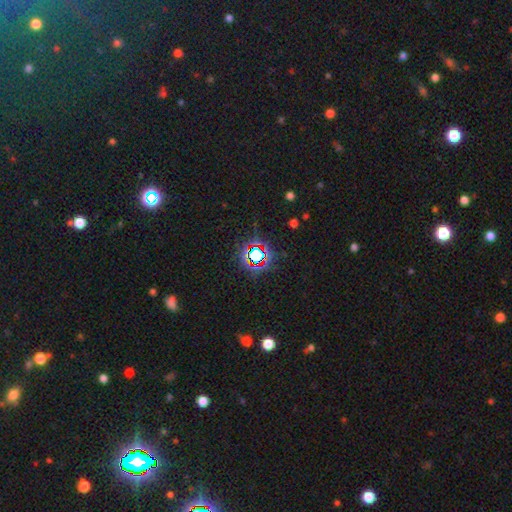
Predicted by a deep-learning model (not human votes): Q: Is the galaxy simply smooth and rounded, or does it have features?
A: star or artifact — 75%.